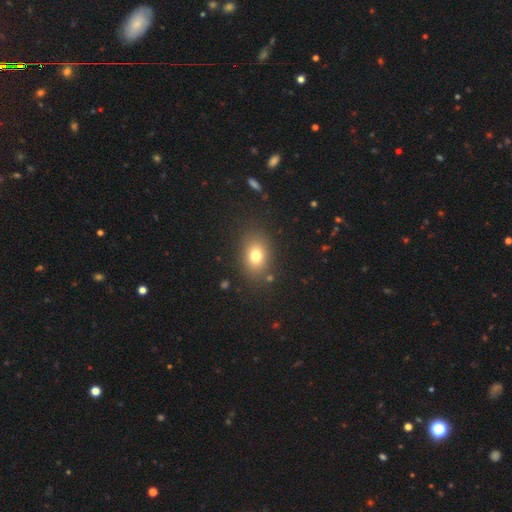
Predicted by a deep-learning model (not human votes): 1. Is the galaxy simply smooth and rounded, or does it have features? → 76% smooth, 13% star or artifact, 12% featured or disk.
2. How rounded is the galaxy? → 67% in between, 31% round, 1% cigar-shaped.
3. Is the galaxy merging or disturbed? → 84% none, 10% minor disturbance, 4% major disturbance, 2% merger.